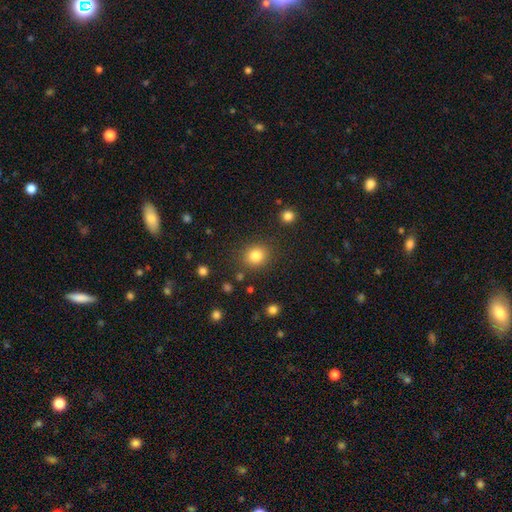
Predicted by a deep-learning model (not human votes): Smooth or featured: smooth — 84% (star or artifact — 11%)
How rounded: round — 79% (in between — 20%)
Merging: none — 85% (minor disturbance — 9%)